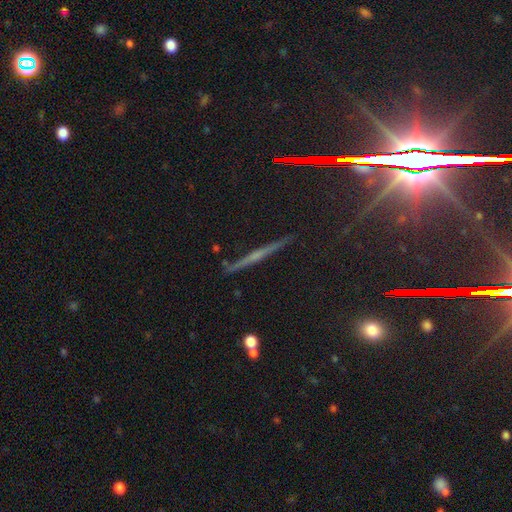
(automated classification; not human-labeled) Q: Smooth or featured?
A: featured or disk (64%); runner-up: smooth (19%)
Q: Edge-on disk?
A: yes (95%); runner-up: no (5%)
Q: Edge-on bulge?
A: none (45%); runner-up: rounded (44%)
Q: Merging?
A: none (85%); runner-up: minor disturbance (10%)